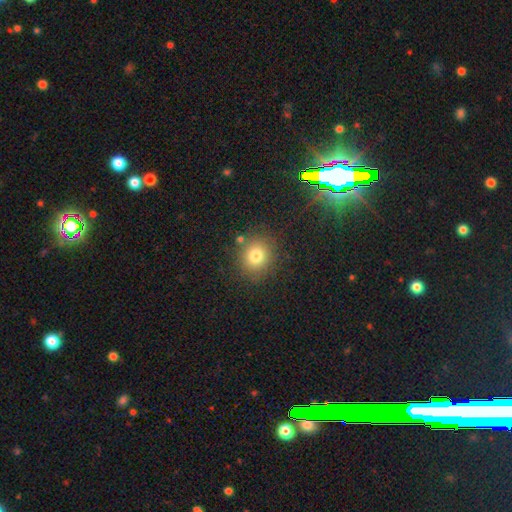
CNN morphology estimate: Smooth or featured? smooth (78%)
How rounded? round (85%)
Merging? none (84%)